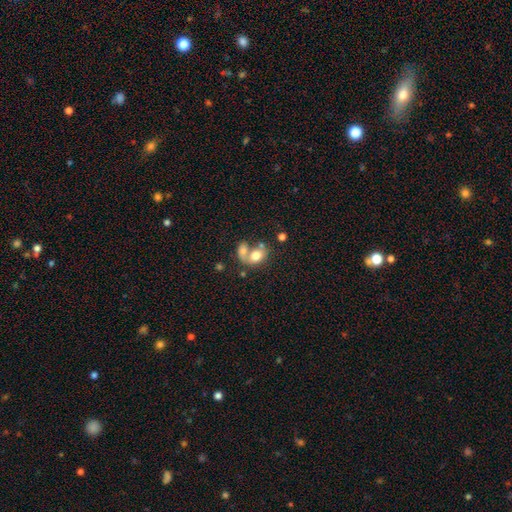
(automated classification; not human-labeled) A smooth galaxy with no disk features (70%) that is in between round and cigar-shaped (66%).

Vote fractions:
- Smooth or featured? smooth: 70% / featured or disk: 21% / star or artifact: 9%
- How rounded? in between: 66% / round: 33% / cigar-shaped: 1%
- Merging? merger: 65% / none: 18% / major disturbance: 8% / minor disturbance: 8%